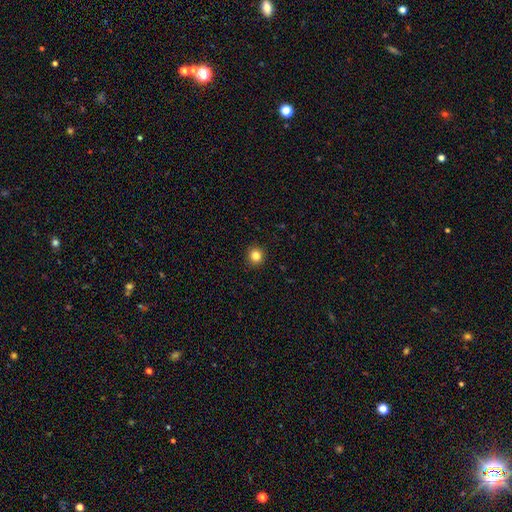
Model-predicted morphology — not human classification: Smooth or featured: smooth — 83% (star or artifact — 12%)
How rounded: round — 93% (in between — 6%)
Merging: none — 93% (minor disturbance — 5%)